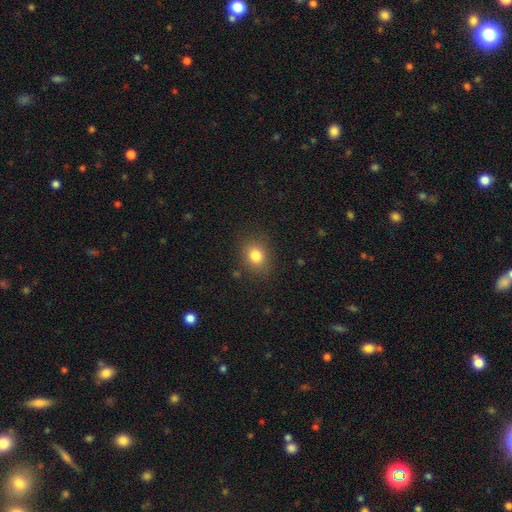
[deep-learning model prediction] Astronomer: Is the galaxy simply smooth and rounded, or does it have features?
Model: smooth — 81%.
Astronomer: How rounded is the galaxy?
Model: round — 57% (runner-up: in between, 42%).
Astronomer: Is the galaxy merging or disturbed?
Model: none — 84%.